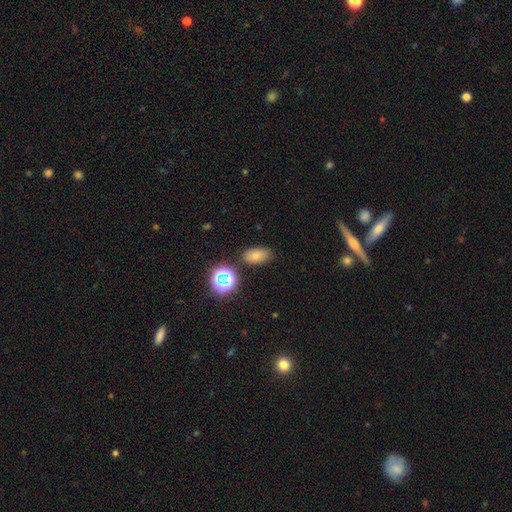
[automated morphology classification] Overall: smooth (73%). How rounded: in between (88%). Merging: none (80%).